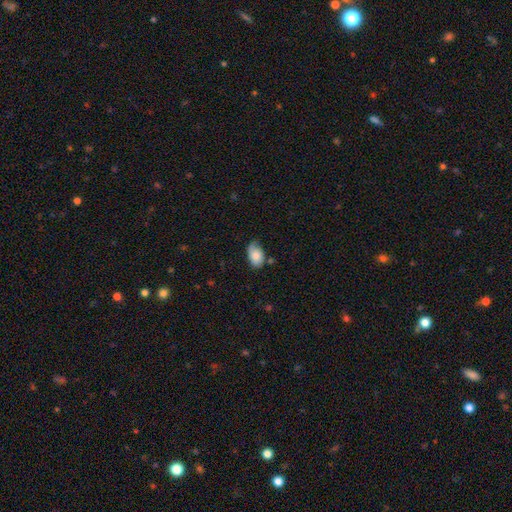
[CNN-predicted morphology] A smooth galaxy with no disk features (76%) that is in between round and cigar-shaped (90%). Merging: none (53%).